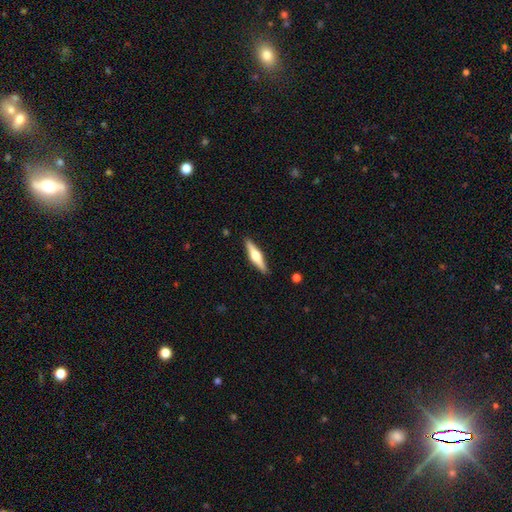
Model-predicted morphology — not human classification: Smooth or featured: featured or disk — 65% (smooth — 31%)
Edge-on disk: yes — 97% (no — 3%)
Edge-on bulge: rounded — 94% (boxy — 4%)
Merging: none — 91% (minor disturbance — 7%)